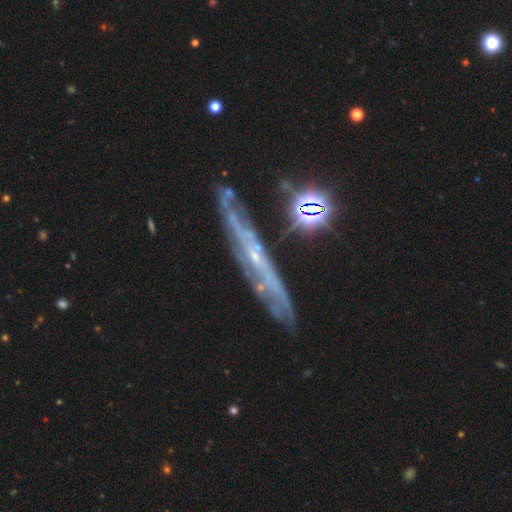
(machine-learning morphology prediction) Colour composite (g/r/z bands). It shows a featured or disk galaxy (79%) viewed edge-on (60%). Merging: none (73%).